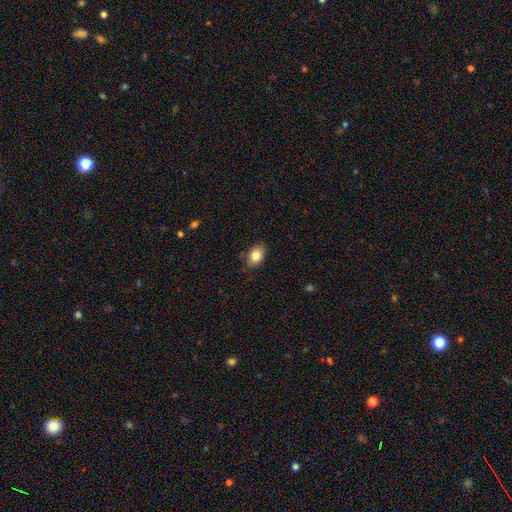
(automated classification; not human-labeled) smooth 83%, featured or disk 9%, star or artifact 8%. Down the decision tree: how rounded — in between (80%); merging — none (82%).